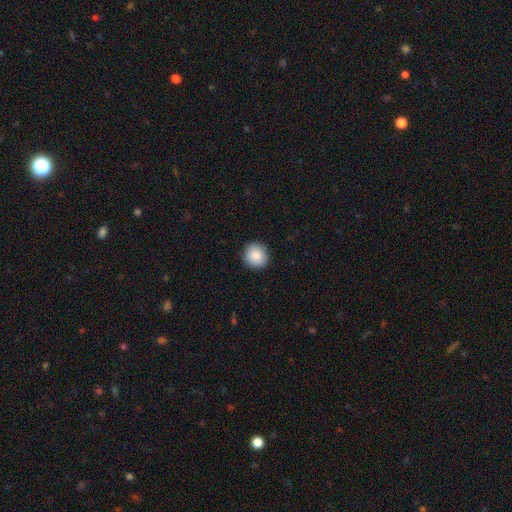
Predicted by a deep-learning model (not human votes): The model was most divided on "smooth or featured": smooth: 87%, star or artifact: 8%, featured or disk: 6%. More confident: how rounded — round (92%); merging — none (91%).